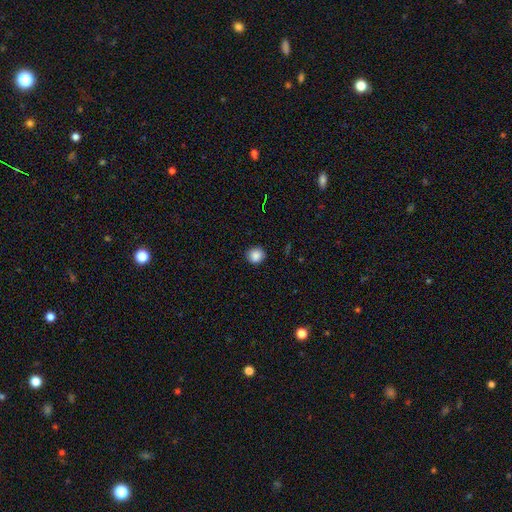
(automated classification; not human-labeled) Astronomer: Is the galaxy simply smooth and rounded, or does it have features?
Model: smooth — 87%.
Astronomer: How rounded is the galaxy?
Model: round — 91%.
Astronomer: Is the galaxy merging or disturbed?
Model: none — 91%.